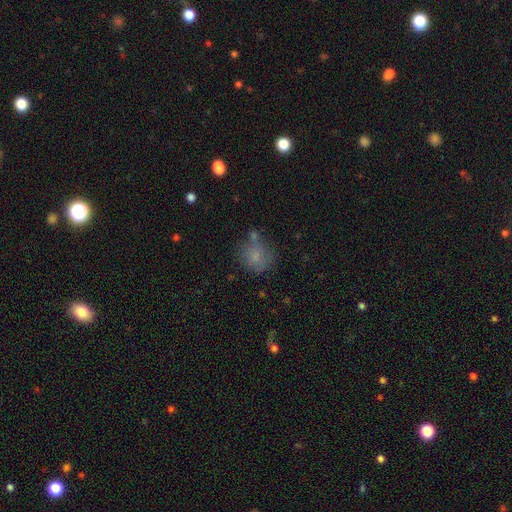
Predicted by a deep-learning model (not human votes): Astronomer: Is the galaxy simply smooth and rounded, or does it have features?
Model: smooth — 76%.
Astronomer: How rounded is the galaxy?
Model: round — 80%.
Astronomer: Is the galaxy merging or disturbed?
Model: none — 61%.